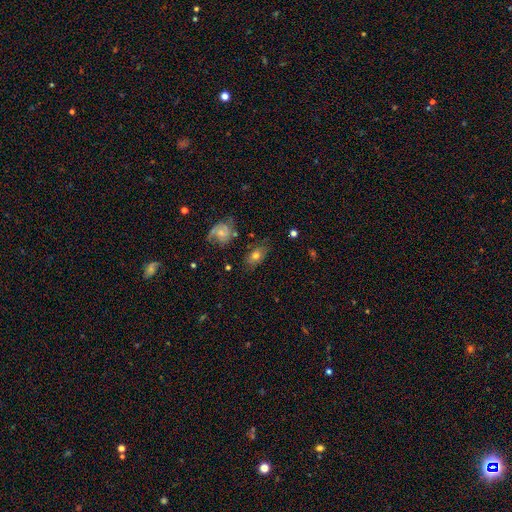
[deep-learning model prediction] smooth_or_featured: smooth (p=0.59) [alt: featured or disk p=0.30]
how_rounded: in between (p=0.80) [alt: round p=0.16]
merging: none (p=0.69) [alt: minor disturbance p=0.19]